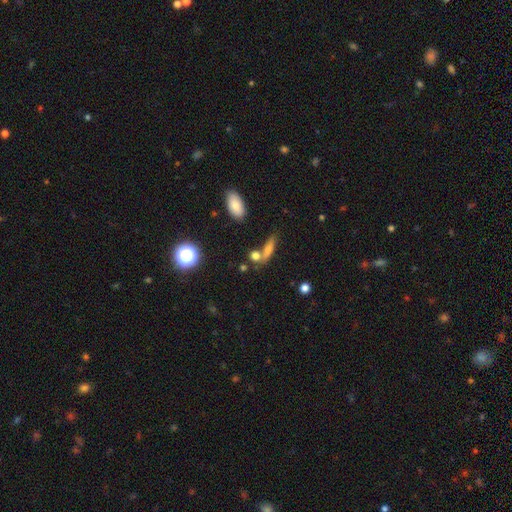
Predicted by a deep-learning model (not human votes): Smooth or featured? Predicted: smooth (p=0.70). How rounded? Predicted: in between (p=0.38). Merging? Predicted: none (p=0.50).